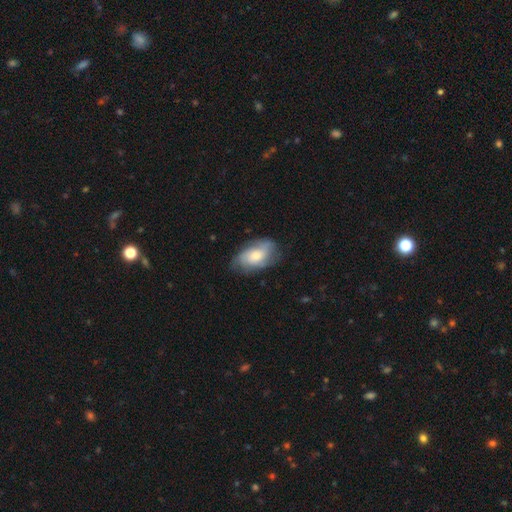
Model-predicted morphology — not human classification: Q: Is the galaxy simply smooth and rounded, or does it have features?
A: featured or disk — 51%.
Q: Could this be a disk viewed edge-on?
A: no — 94%.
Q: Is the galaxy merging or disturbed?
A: none — 66%.